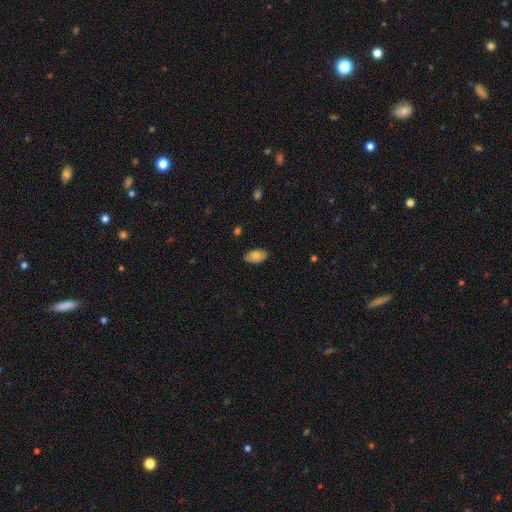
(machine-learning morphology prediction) Smooth or featured: smooth — 72% (featured or disk — 21%)
How rounded: in between — 94% (round — 5%)
Merging: none — 82% (minor disturbance — 15%)